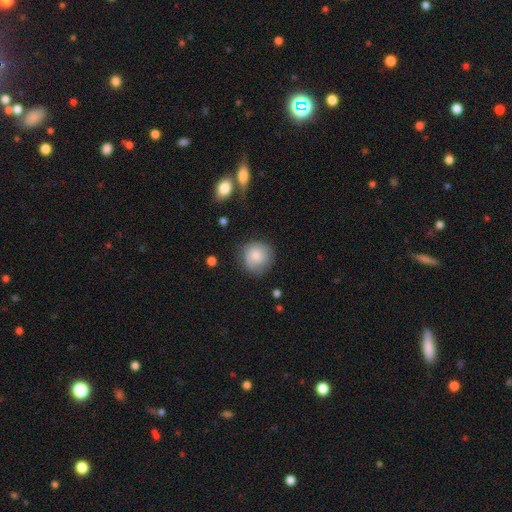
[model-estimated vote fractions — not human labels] Morphology: type=smooth (79%); roundness=round (89%); merging=none (72%).